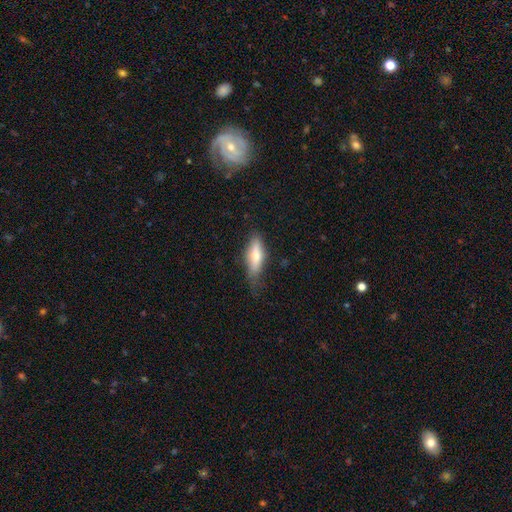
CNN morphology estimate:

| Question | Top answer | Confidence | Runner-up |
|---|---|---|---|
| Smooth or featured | smooth | 67% | featured or disk (27%) |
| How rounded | in between | 54% | cigar-shaped (44%) |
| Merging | none | 63% | minor disturbance (27%) |